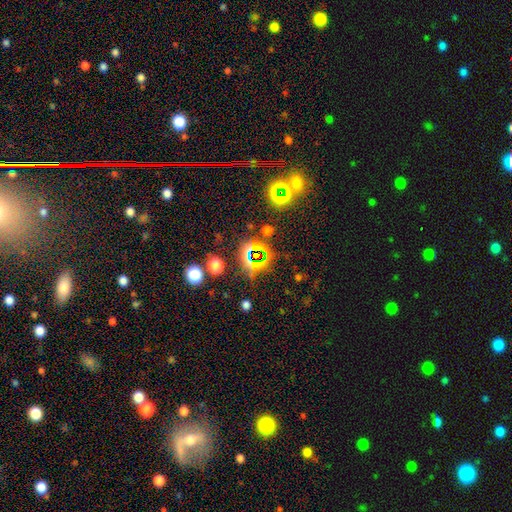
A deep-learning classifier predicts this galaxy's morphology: Smooth or featured? star or artifact (69%)